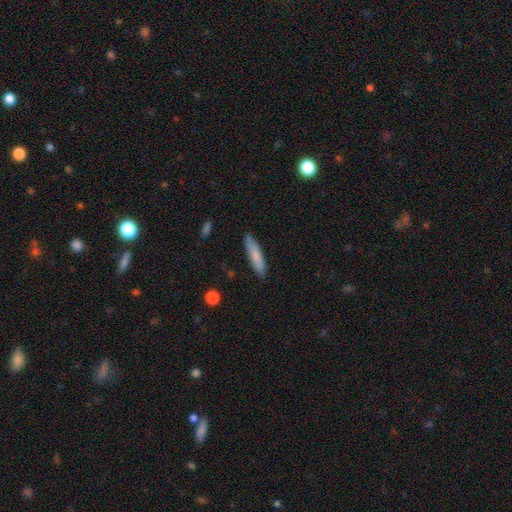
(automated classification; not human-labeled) This appears to be a smooth galaxy with no disk features (77%) that is cigar-shaped (80%). Merging: none (84%).